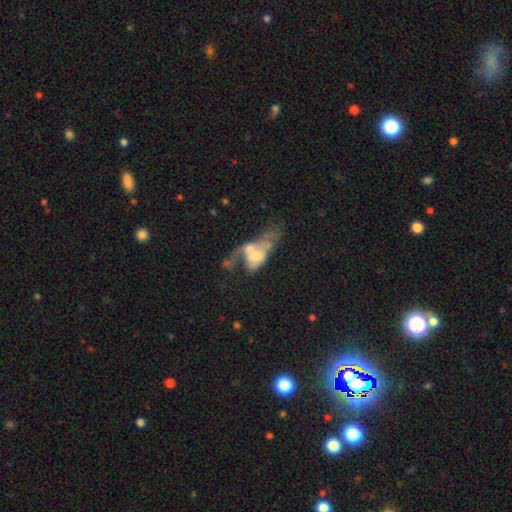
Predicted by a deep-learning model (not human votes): A featured or disk galaxy (50%). Merging: merger (53%).